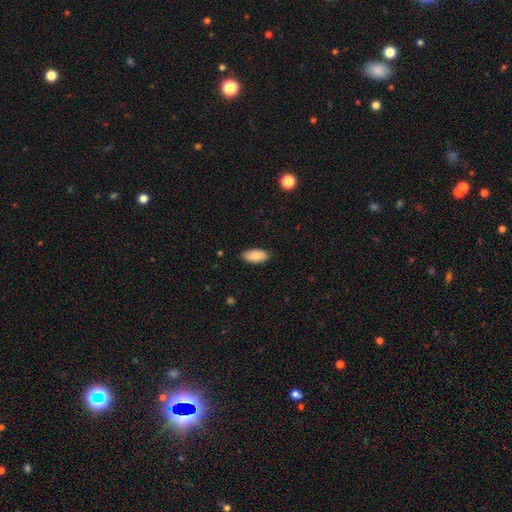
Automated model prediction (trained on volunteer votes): Morphology: type=smooth (85%); roundness=in between (91%); merging=none (88%).